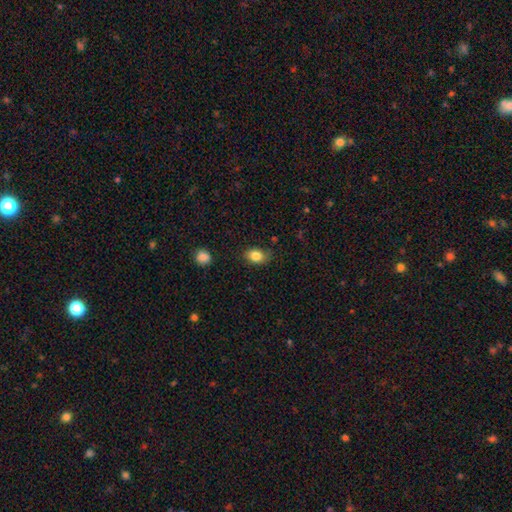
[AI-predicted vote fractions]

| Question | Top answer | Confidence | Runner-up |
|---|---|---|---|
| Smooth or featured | smooth | 84% | star or artifact (9%) |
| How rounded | in between | 72% | round (27%) |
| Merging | none | 75% | minor disturbance (19%) |